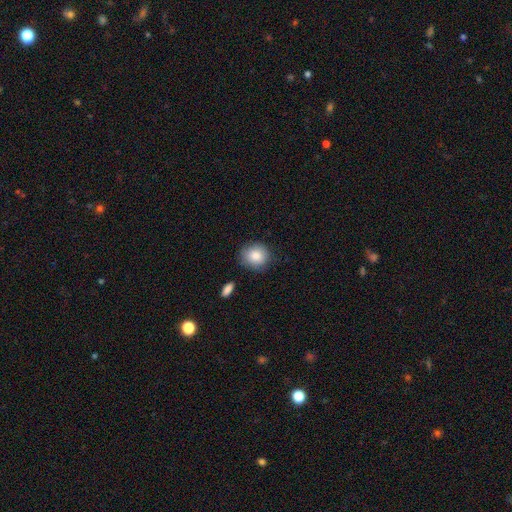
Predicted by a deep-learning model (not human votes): smooth_or_featured: smooth (p=0.85) [alt: star or artifact p=0.08]
how_rounded: round (p=0.81) [alt: in between p=0.18]
merging: none (p=0.81) [alt: minor disturbance p=0.13]